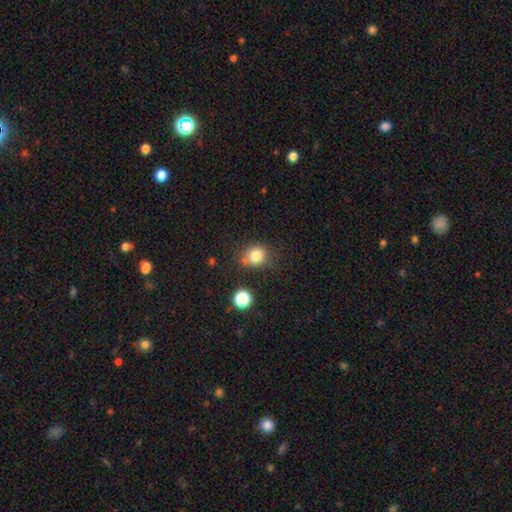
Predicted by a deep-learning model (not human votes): Smooth or featured: smooth — 80% (star or artifact — 12%)
How rounded: round — 80% (in between — 19%)
Merging: none — 67% (minor disturbance — 18%)